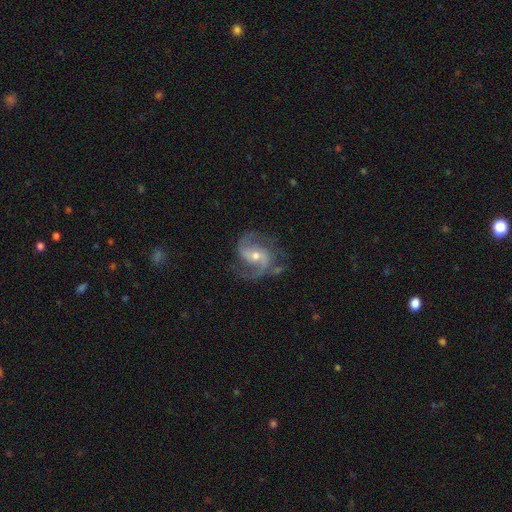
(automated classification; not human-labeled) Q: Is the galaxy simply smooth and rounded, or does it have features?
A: featured or disk — 90%.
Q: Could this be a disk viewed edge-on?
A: no — 98%.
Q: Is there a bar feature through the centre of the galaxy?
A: weak — 41%, tied with no.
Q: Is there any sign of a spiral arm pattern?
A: yes — 98%.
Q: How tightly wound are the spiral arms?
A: medium — 56%.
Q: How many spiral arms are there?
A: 2 — 85%.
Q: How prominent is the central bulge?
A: moderate — 50%.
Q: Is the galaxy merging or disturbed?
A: none — 70%.